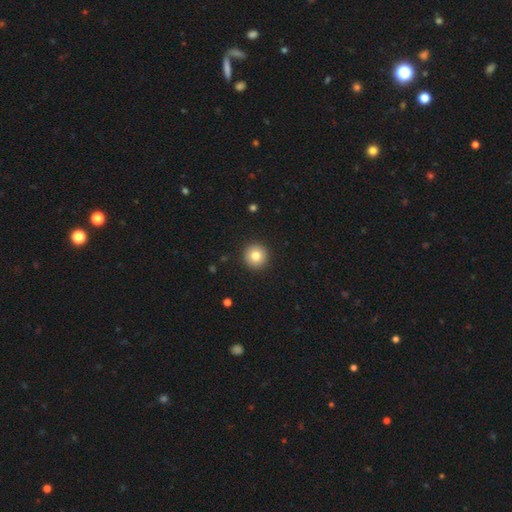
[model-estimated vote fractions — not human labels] Smooth or featured?
  - smooth: 81% *
  - star or artifact: 10%
  - featured or disk: 9%
How rounded?
  - round: 96% *
  - in between: 3%
  - cigar-shaped: 1%
Merging?
  - none: 93% *
  - minor disturbance: 4%
  - major disturbance: 2%
  - merger: 1%